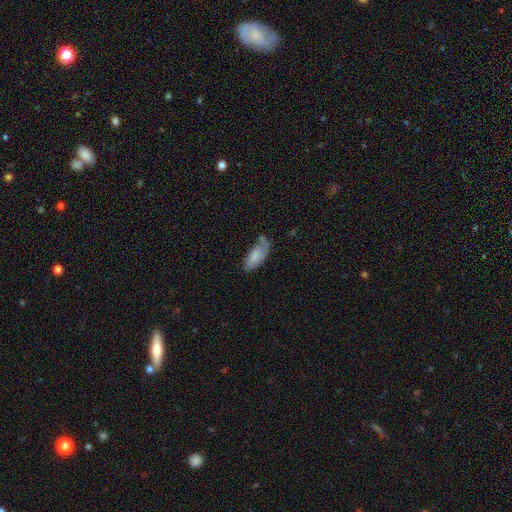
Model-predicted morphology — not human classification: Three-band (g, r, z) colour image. It shows a smooth galaxy with no disk features (74%) that is in between round and cigar-shaped (83%). Merging: none (44%).